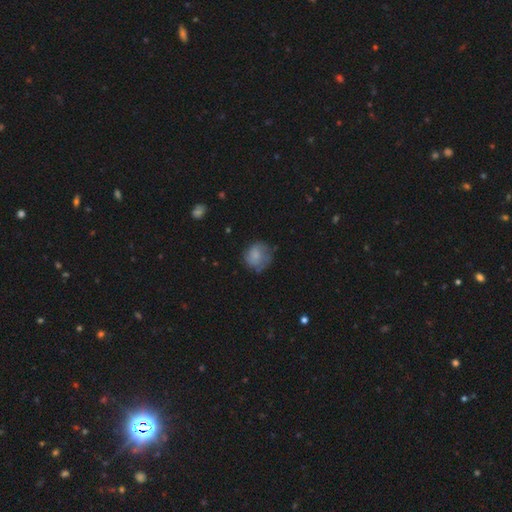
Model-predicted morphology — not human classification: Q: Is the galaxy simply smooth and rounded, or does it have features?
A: smooth — 72%.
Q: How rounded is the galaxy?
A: round — 79%.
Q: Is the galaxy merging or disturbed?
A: none — 59%.